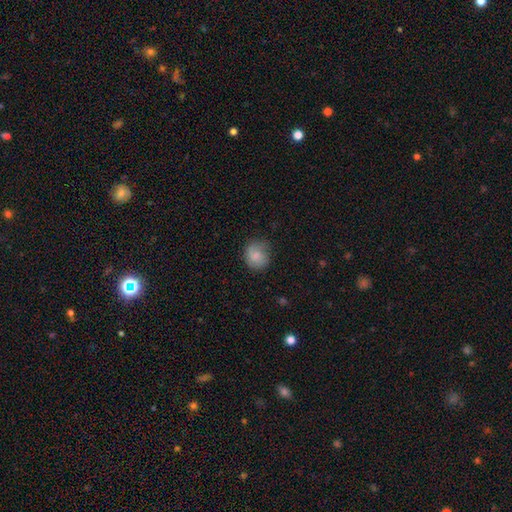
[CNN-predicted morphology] Smooth or featured?
  - smooth: 79% *
  - featured or disk: 13%
  - star or artifact: 8%
How rounded?
  - round: 81% *
  - in between: 18%
  - cigar-shaped: 1%
Merging?
  - none: 66% *
  - minor disturbance: 25%
  - major disturbance: 7%
  - merger: 1%